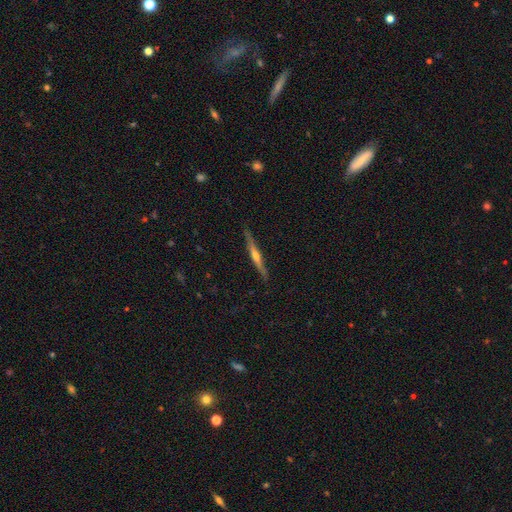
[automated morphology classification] The model was most divided on "smooth or featured": featured or disk: 69%, smooth: 25%, star or artifact: 6%. More confident: edge-on disk — yes (97%); merging — none (86%); edge-on bulge — rounded (78%).